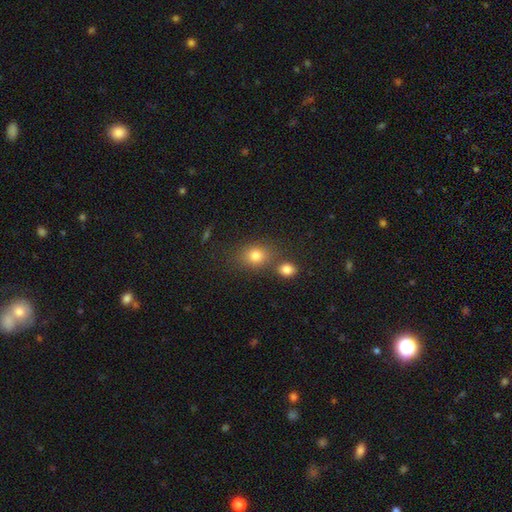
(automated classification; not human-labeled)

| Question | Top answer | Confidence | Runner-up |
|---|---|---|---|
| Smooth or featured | smooth | 79% | star or artifact (12%) |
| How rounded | round | 56% | in between (42%) |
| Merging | none | 64% | merger (20%) |